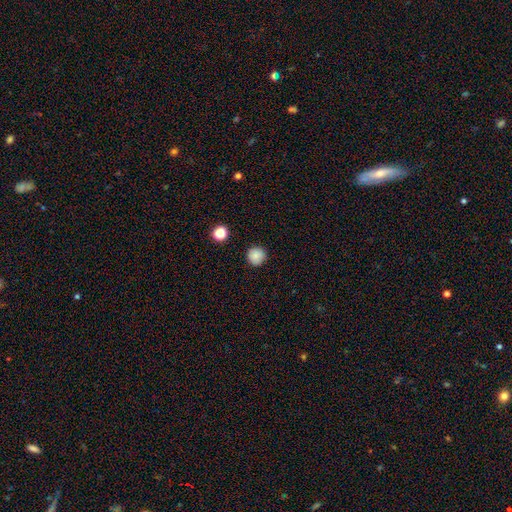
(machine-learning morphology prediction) Overall: smooth (86%). How rounded: round (95%). Merging: none (90%).